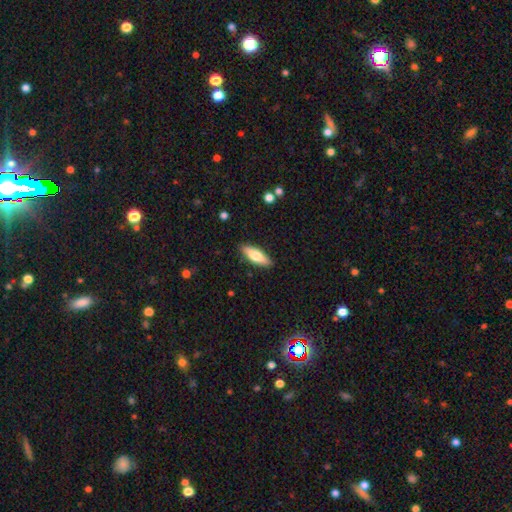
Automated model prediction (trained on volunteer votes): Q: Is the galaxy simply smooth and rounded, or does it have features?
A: smooth — 66%.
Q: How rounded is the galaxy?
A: in between — 58%.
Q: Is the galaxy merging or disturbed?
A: none — 88%.